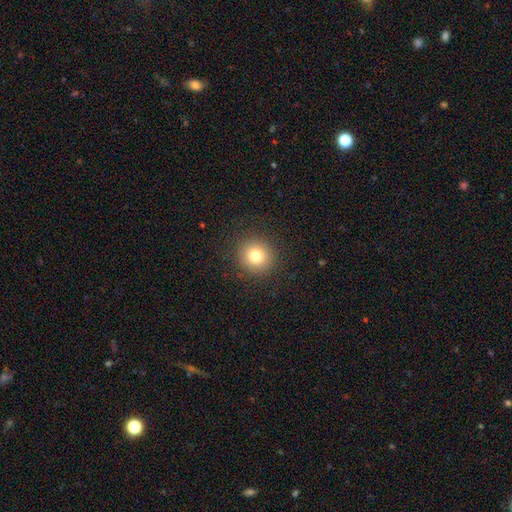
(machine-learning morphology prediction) Overall: smooth (78%). How rounded: round (93%). Merging: none (90%).